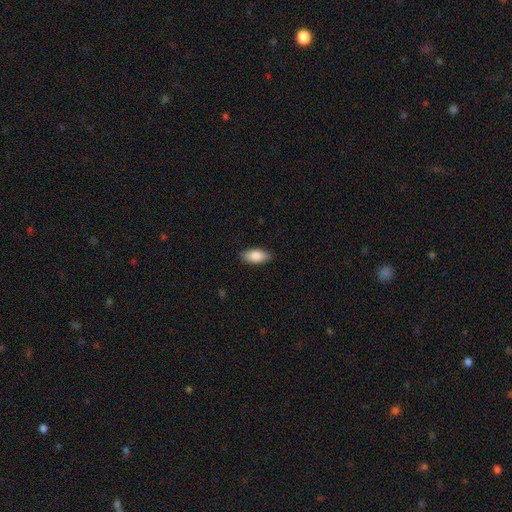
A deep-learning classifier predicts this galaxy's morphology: The model was most divided on "merging": none: 87%, minor disturbance: 10%, major disturbance: 2%, merger: 1%. More confident: how rounded — in between (89%); smooth or featured — smooth (86%).